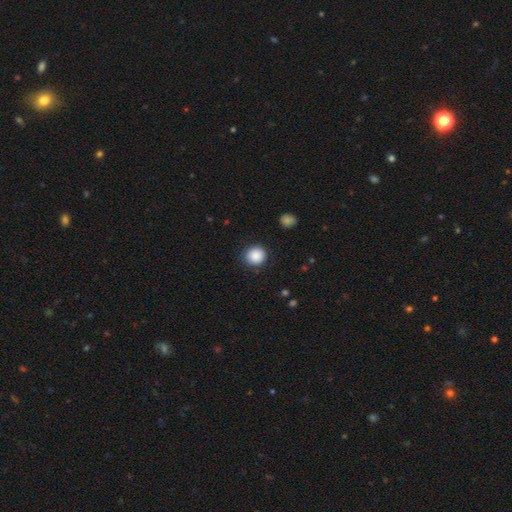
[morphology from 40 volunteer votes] Smooth or featured?
  - smooth: 95% *
  - featured or disk: 2%
  - star or artifact: 2%
How rounded?
  - round: 89% *
  - in between: 11%
  - cigar-shaped: 0%
Merging?
  - none: 95% *
  - minor disturbance: 5%
  - major disturbance: 0%
  - merger: 0%